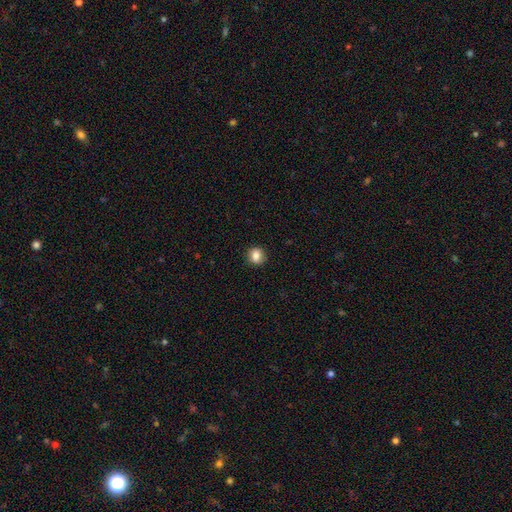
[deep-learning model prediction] Smooth or featured? Predicted: smooth (p=0.84). How rounded? Predicted: round (p=0.84). Merging? Predicted: none (p=0.91).